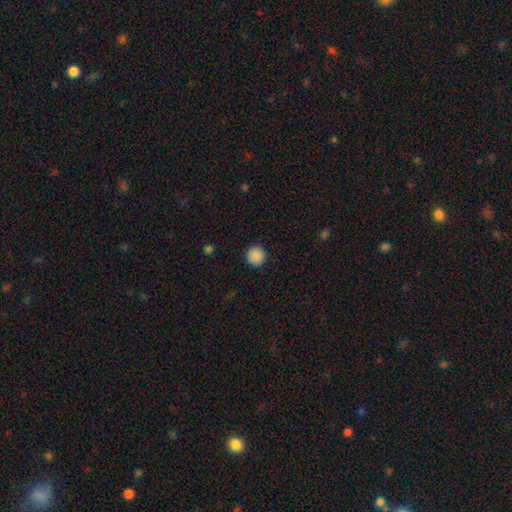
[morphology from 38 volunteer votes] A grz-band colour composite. It shows a smooth galaxy with no disk features (92%) that is round (100%). Merging: none (92%).